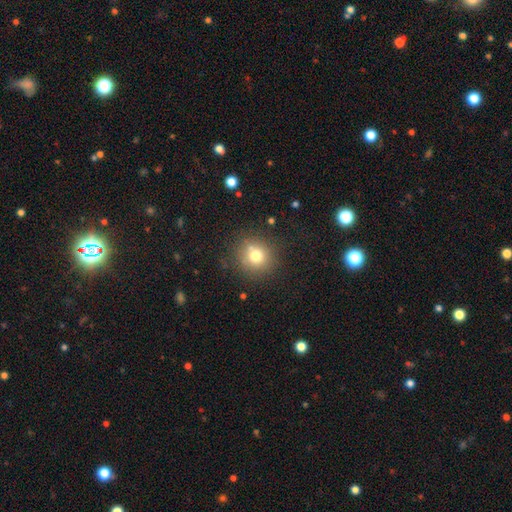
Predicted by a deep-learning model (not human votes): smooth-or-featured: smooth: 74% | star or artifact: 15% | featured or disk: 11%
  how-rounded: round: 91% | in between: 8% | cigar-shaped: 1%
  merging: none: 80% | minor disturbance: 11% | merger: 5% | major disturbance: 4%